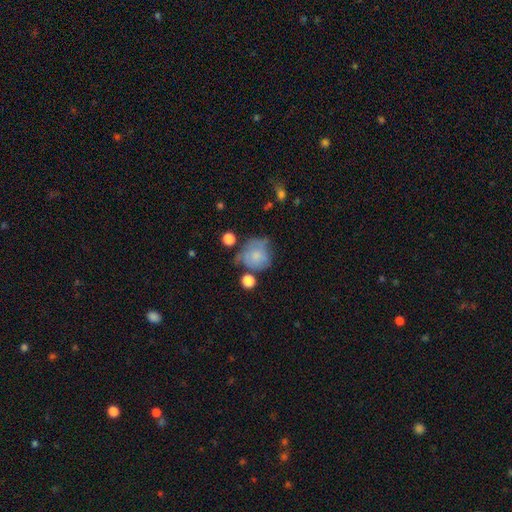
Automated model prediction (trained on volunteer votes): Overall: smooth (63%; featured or disk 28%). How rounded: round (75%). Merging: none (37%; minor disturbance 32%).